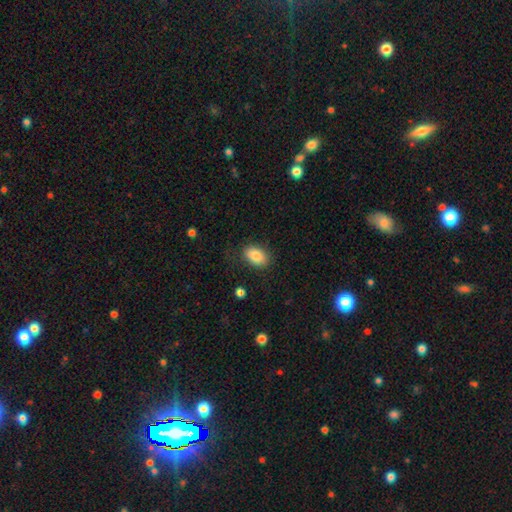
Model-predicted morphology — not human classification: Smooth or featured?
  - smooth: 86% *
  - star or artifact: 8%
  - featured or disk: 6%
How rounded?
  - in between: 86% *
  - round: 12%
  - cigar-shaped: 1%
Merging?
  - none: 80% *
  - minor disturbance: 14%
  - major disturbance: 4%
  - merger: 1%